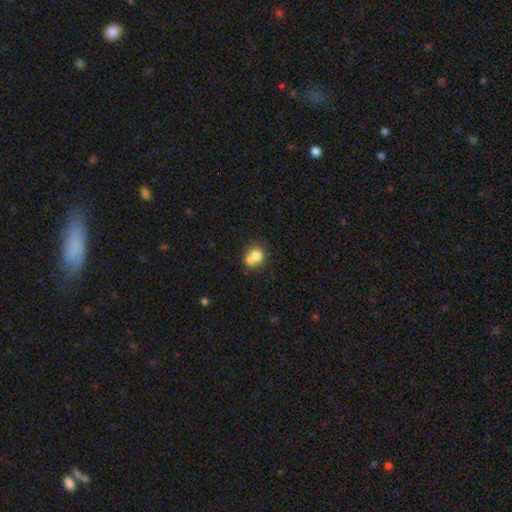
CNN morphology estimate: Smooth or featured?
  - smooth: 73% *
  - featured or disk: 17%
  - star or artifact: 10%
How rounded?
  - round: 71% *
  - in between: 28%
  - cigar-shaped: 1%
Merging?
  - merger: 48% *
  - none: 36%
  - minor disturbance: 11%
  - major disturbance: 5%